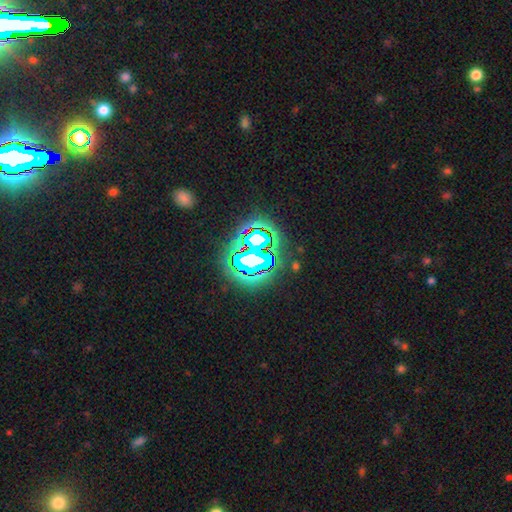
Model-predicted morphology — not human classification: This is likely a star or artifact rather than a galaxy (73%).